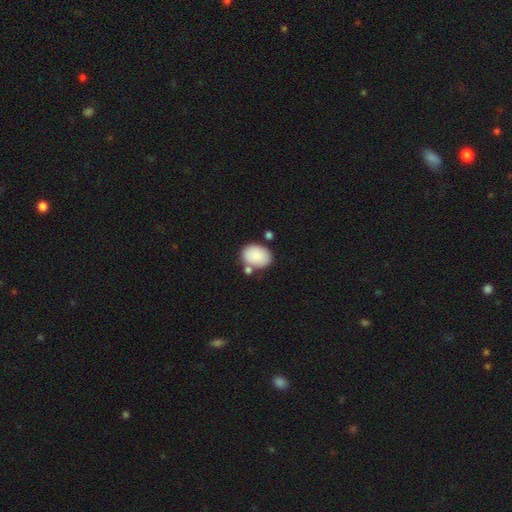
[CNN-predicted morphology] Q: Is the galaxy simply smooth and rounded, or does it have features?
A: smooth — 87%.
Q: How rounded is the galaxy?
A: in between — 76%.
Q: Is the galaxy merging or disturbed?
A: none — 68%.